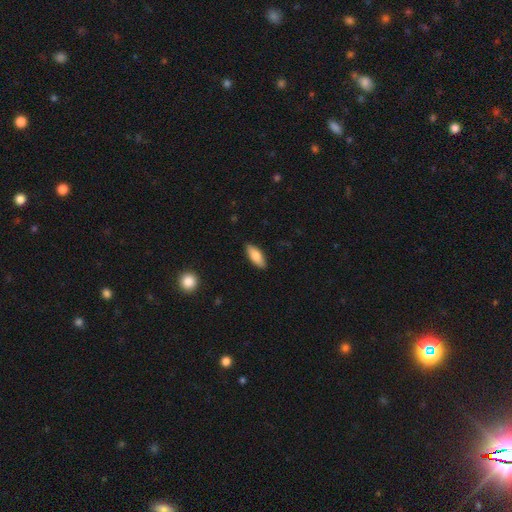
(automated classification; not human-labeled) A smooth galaxy with no disk features (81%) that is in between round and cigar-shaped (77%).

Vote fractions:
- Smooth or featured? smooth: 81% / featured or disk: 13% / star or artifact: 6%
- How rounded? in between: 77% / cigar-shaped: 21% / round: 2%
- Merging? none: 88% / minor disturbance: 9% / major disturbance: 2% / merger: 1%